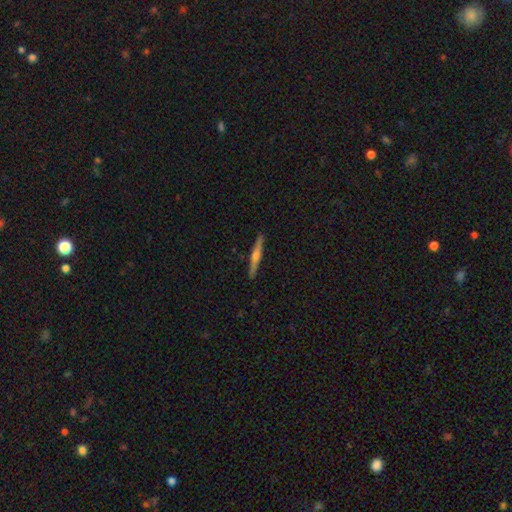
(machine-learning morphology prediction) Q: Smooth or featured?
A: featured or disk (71%); runner-up: smooth (23%)
Q: Edge-on disk?
A: yes (98%); runner-up: no (2%)
Q: Edge-on bulge?
A: rounded (87%); runner-up: boxy (7%)
Q: Merging?
A: none (92%); runner-up: minor disturbance (6%)